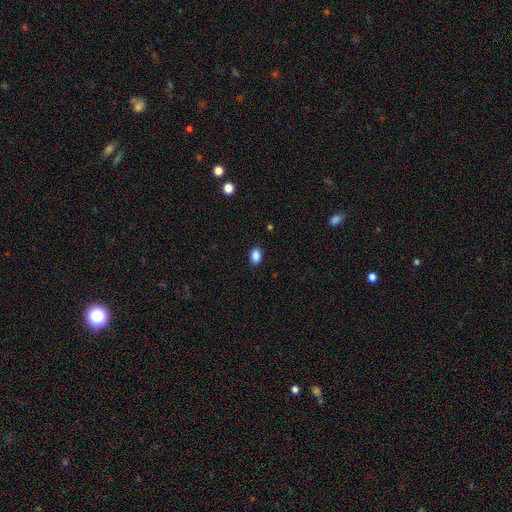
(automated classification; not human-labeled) smooth_or_featured: smooth (p=0.88) [alt: star or artifact p=0.09]
how_rounded: in between (p=0.81) [alt: round p=0.17]
merging: none (p=0.89) [alt: minor disturbance p=0.08]